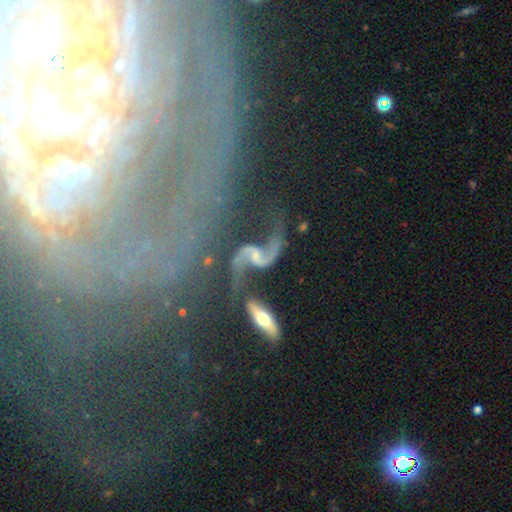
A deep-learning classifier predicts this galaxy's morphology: Smooth or featured?
  - featured or disk: 87% *
  - smooth: 7%
  - star or artifact: 6%
Edge-on disk?
  - no: 96% *
  - yes: 4%
Bar?
  - weak: 44% *
  - no: 39%
  - strong: 17%
Spiral arms?
  - yes: 94% *
  - no: 6%
Spiral winding?
  - loose: 90% *
  - medium: 8%
  - tight: 3%
Spiral arm count?
  - 2: 94% *
  - 1: 2%
  - can't tell: 1%
  - 3: 1%
  - 4: 1%
  - more than 4: 1%
Bulge size?
  - small: 50% *
  - moderate: 27%
  - none: 17%
  - large: 4%
  - dominant: 2%
Merging?
  - none: 46% *
  - merger: 22%
  - minor disturbance: 16%
  - major disturbance: 16%